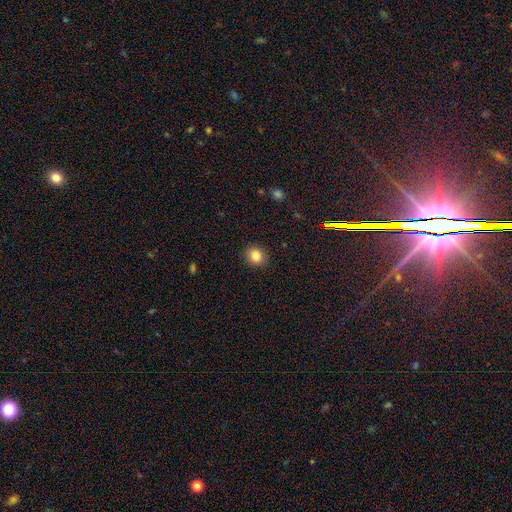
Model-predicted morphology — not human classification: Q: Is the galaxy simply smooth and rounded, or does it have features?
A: smooth — 84%.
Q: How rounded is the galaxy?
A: round — 76%.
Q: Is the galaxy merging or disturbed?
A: none — 89%.